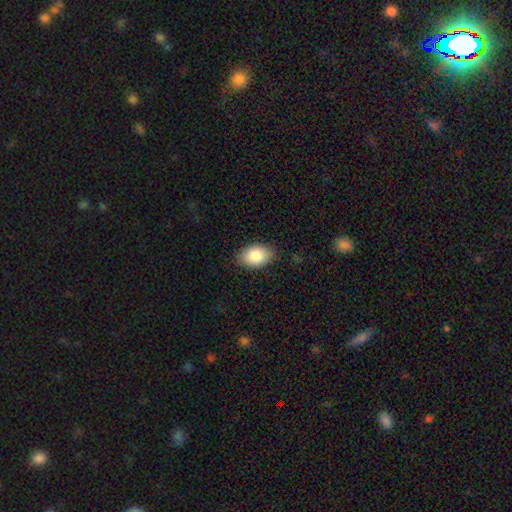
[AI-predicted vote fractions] Smooth or featured?
  - smooth: 87% *
  - star or artifact: 7%
  - featured or disk: 6%
How rounded?
  - in between: 90% *
  - round: 9%
  - cigar-shaped: 1%
Merging?
  - none: 84% *
  - minor disturbance: 13%
  - major disturbance: 3%
  - merger: 1%